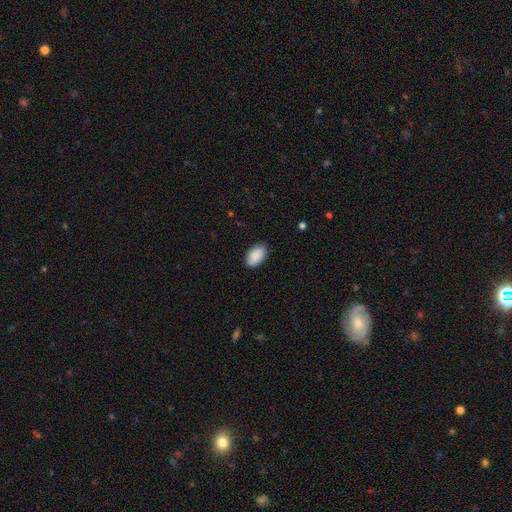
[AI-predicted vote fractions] Overall: smooth (89%). How rounded: in between (94%). Merging: none (83%).